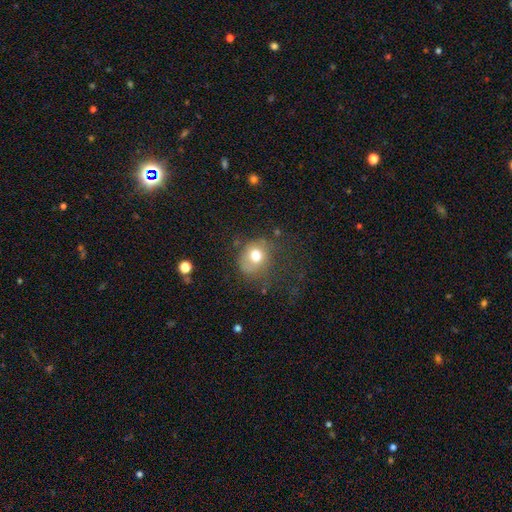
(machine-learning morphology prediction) This appears to be a smooth galaxy with no disk features (72%) that is round (64%). Merging: none (49%).